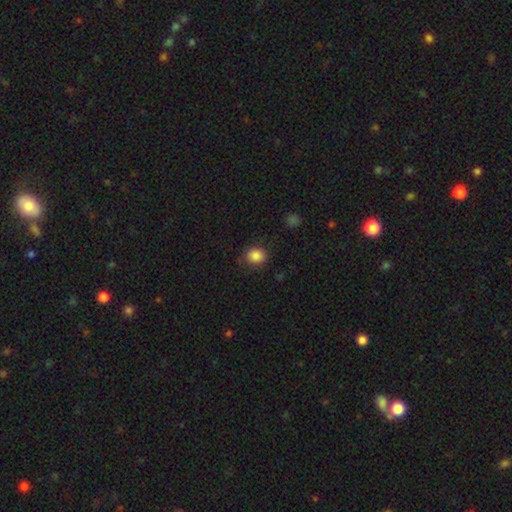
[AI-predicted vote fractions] Smooth or featured?
  - smooth: 86% *
  - star or artifact: 10%
  - featured or disk: 4%
How rounded?
  - round: 66% *
  - in between: 33%
  - cigar-shaped: 1%
Merging?
  - none: 80% *
  - minor disturbance: 15%
  - major disturbance: 4%
  - merger: 2%